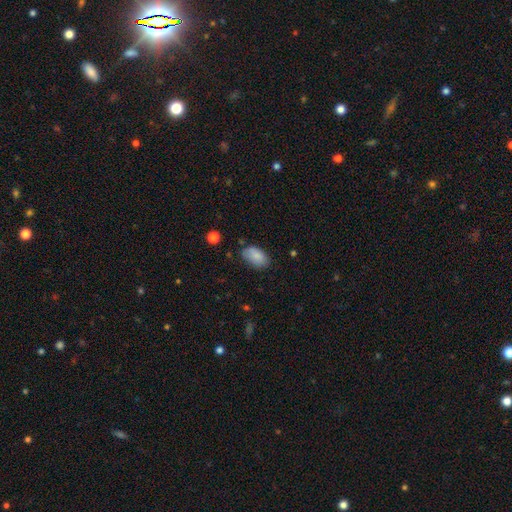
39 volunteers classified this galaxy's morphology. This appears to be a smooth galaxy with no disk features (92%) that is in between round and cigar-shaped (97%). Merging: none (73%).